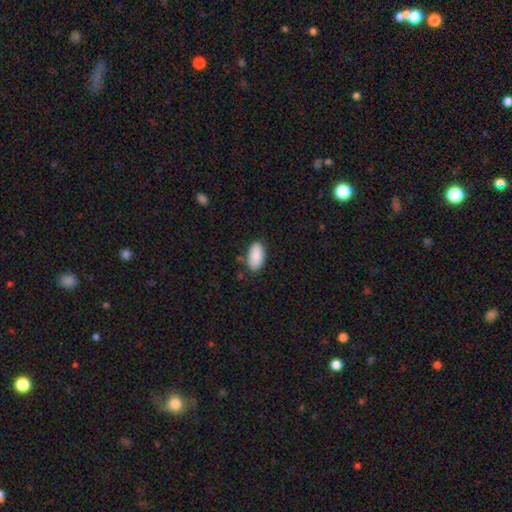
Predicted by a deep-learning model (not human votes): Smooth or featured? smooth (89%)
How rounded? in between (95%)
Merging? none (82%)